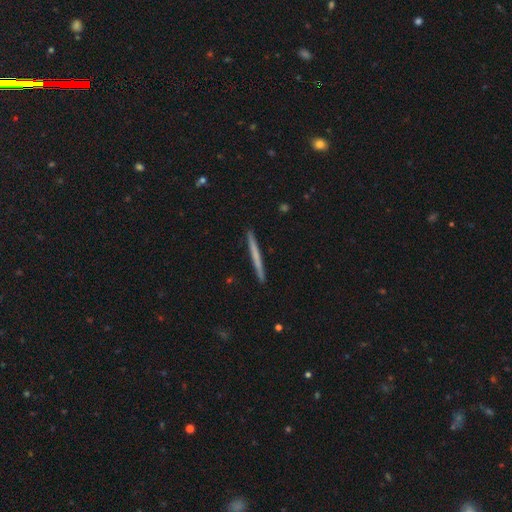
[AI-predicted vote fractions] Smooth or featured?
  - smooth: 53% *
  - featured or disk: 42%
  - star or artifact: 5%
How rounded?
  - cigar-shaped: 97% *
  - in between: 1%
  - round: 1%
Merging?
  - none: 93% *
  - minor disturbance: 5%
  - major disturbance: 1%
  - merger: 1%